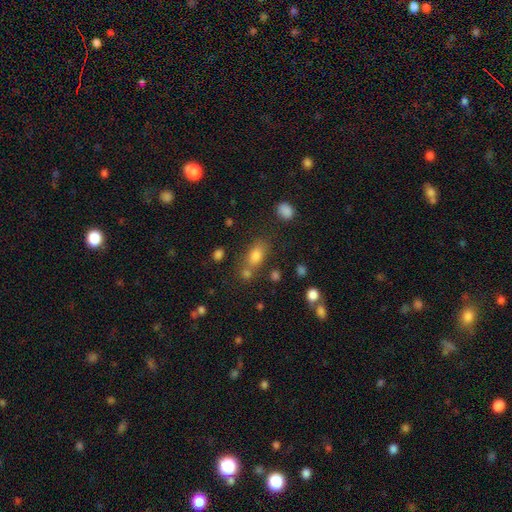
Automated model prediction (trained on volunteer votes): A smooth galaxy with no disk features (78%) that is in between round and cigar-shaped (79%).

Vote fractions:
- Smooth or featured? smooth: 78% / star or artifact: 12% / featured or disk: 9%
- How rounded? in between: 79% / round: 15% / cigar-shaped: 5%
- Merging? none: 57% / merger: 23% / minor disturbance: 14% / major disturbance: 6%